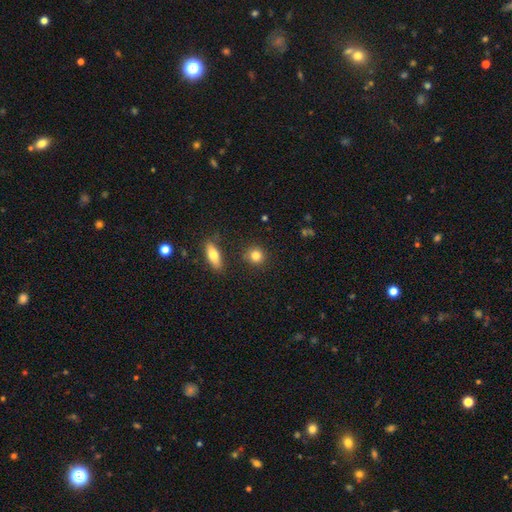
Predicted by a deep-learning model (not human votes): Smooth or featured? Predicted: smooth (p=0.84). How rounded? Predicted: round (p=0.85). Merging? Predicted: none (p=0.87).